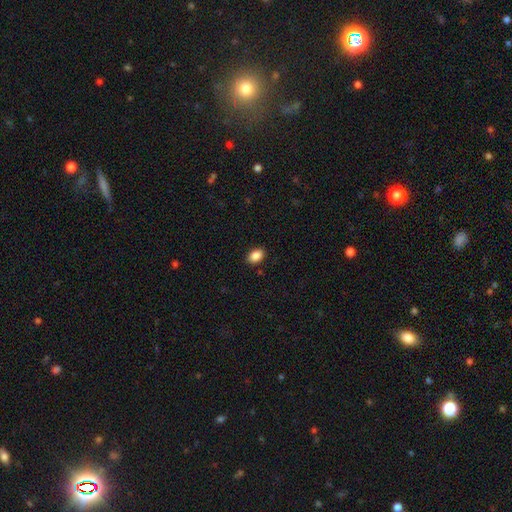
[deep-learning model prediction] Overall: smooth (88%). How rounded: in between (80%). Merging: none (89%).